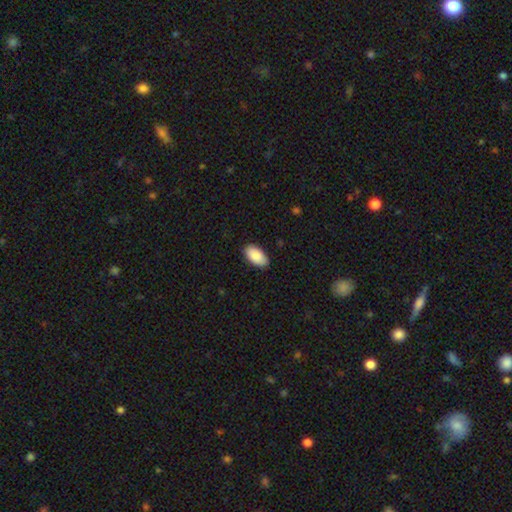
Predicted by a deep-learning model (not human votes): smooth 89%, star or artifact 6%, featured or disk 5%. Down the decision tree: how rounded — in between (96%); merging — none (87%).